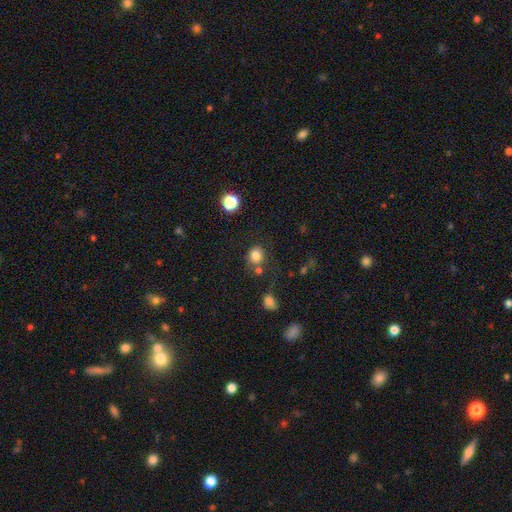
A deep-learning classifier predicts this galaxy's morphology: smooth-or-featured: smooth: 81% | star or artifact: 13% | featured or disk: 7%
  how-rounded: round: 70% | in between: 29% | cigar-shaped: 1%
  merging: none: 65% | minor disturbance: 15% | merger: 14% | major disturbance: 6%